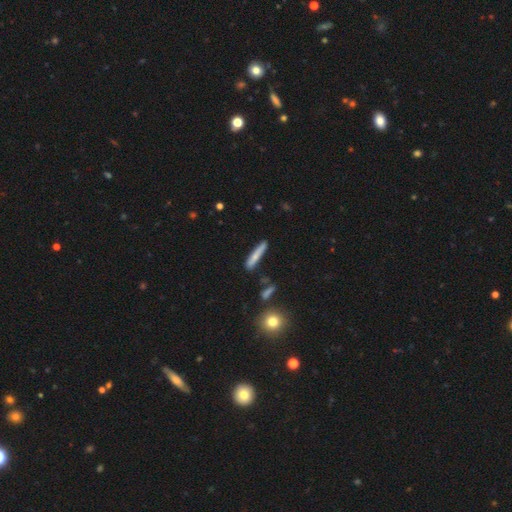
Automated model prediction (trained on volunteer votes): This appears to be a smooth galaxy with no disk features (70%) that is cigar-shaped (92%). Merging: none (78%).